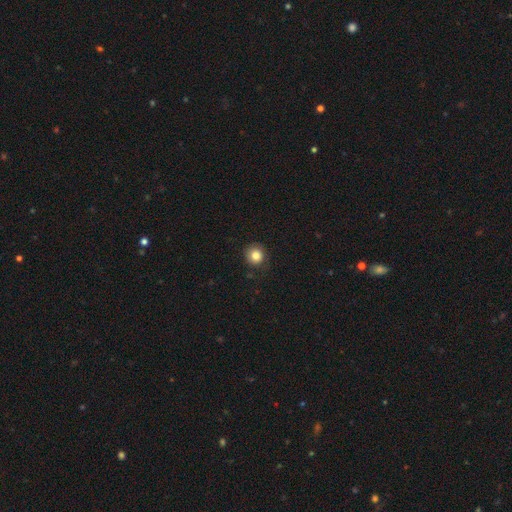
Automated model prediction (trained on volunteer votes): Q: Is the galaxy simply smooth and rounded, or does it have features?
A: smooth — 82%.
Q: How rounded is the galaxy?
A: round — 91%.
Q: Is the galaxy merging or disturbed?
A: none — 84%.